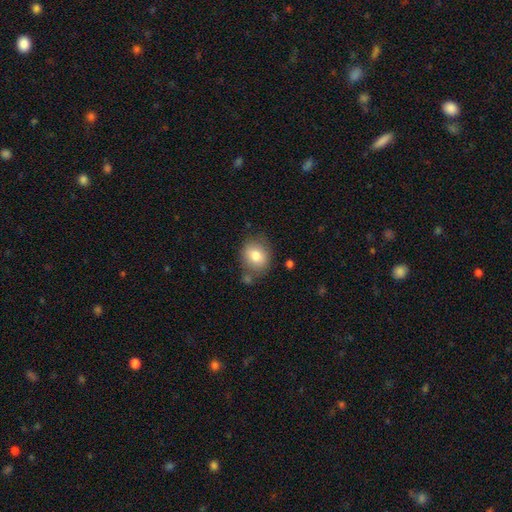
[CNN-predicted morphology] smooth_or_featured: smooth (p=0.79) [alt: featured or disk p=0.12]
how_rounded: round (p=0.61) [alt: in between p=0.38]
merging: none (p=0.73) [alt: minor disturbance p=0.16]